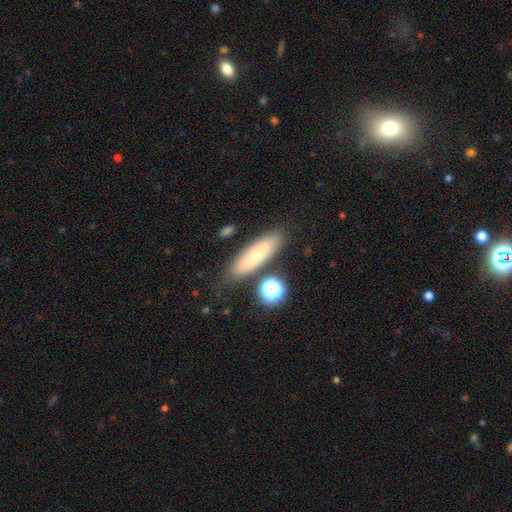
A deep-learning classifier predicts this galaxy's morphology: This appears to be a smooth galaxy with no disk features (69%) that is cigar-shaped (54%). Merging: none (76%).